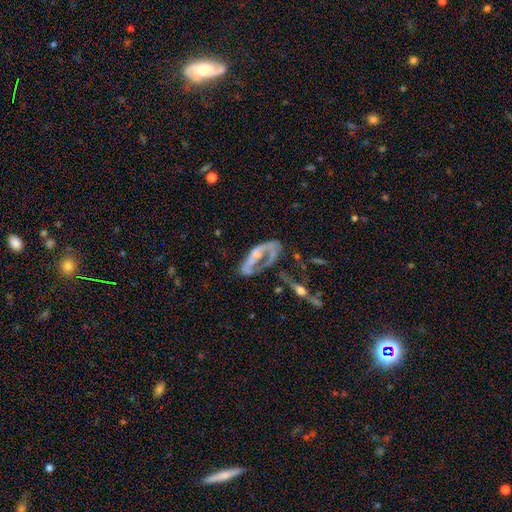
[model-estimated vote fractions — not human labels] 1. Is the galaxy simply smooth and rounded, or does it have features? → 66% featured or disk, 24% smooth, 10% star or artifact.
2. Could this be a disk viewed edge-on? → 85% no, 15% yes.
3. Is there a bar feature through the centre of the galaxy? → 71% no, 19% weak, 10% strong.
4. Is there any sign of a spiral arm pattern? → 58% no, 42% yes.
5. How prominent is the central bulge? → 34% small, 30% none, 29% moderate, 5% large, 2% dominant.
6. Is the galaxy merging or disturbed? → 46% major disturbance, 25% none, 17% minor disturbance, 13% merger.